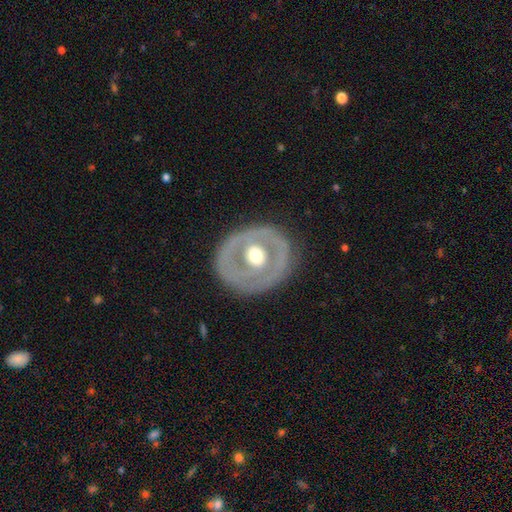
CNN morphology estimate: Smooth or featured: featured or disk — 66% (smooth — 29%)
Edge-on disk: no — 95% (yes — 5%)
Bar: no — 77% (weak — 16%)
Spiral arms: no — 79% (yes — 21%)
Bulge size: moderate — 72% (large — 17%)
Merging: none — 79% (minor disturbance — 13%)